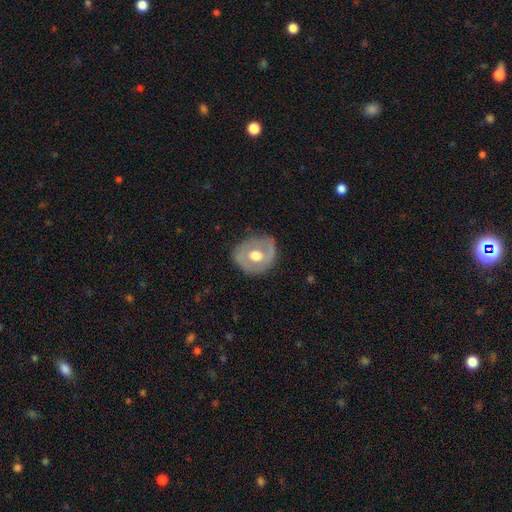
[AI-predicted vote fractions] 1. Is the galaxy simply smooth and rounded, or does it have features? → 52% featured or disk, 42% smooth, 6% star or artifact.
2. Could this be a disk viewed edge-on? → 94% no, 6% yes.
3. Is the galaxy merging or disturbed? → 74% none, 19% minor disturbance, 6% major disturbance, 1% merger.